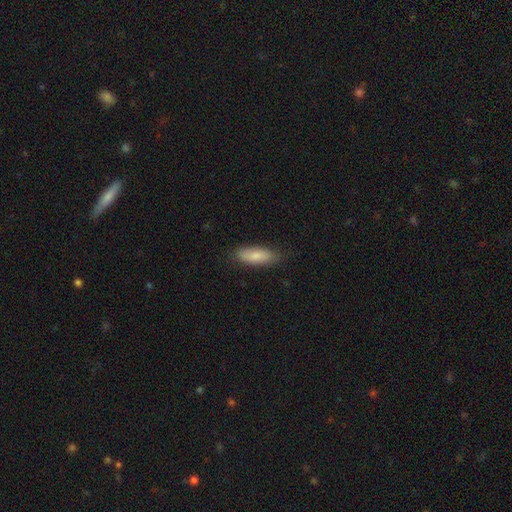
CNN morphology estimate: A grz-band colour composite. It shows a smooth galaxy with no disk features (81%) that is in between round and cigar-shaped (64%). Merging: none (81%).